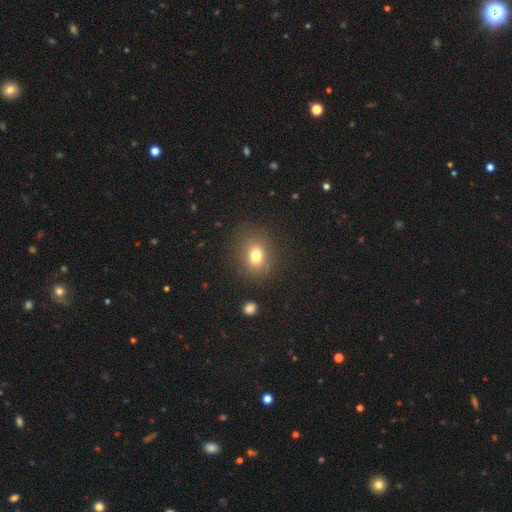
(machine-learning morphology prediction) This is likely a smooth galaxy (76%). How rounded: possibly in between (51%). Merging: clearly none (81%).